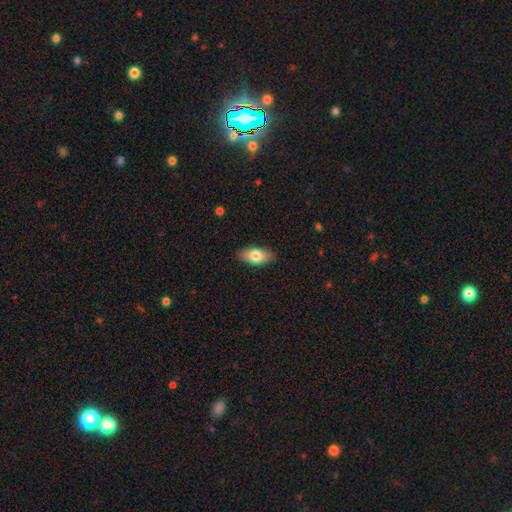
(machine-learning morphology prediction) Smooth or featured? Predicted: smooth (p=0.77). How rounded? Predicted: in between (p=0.90). Merging? Predicted: none (p=0.87).